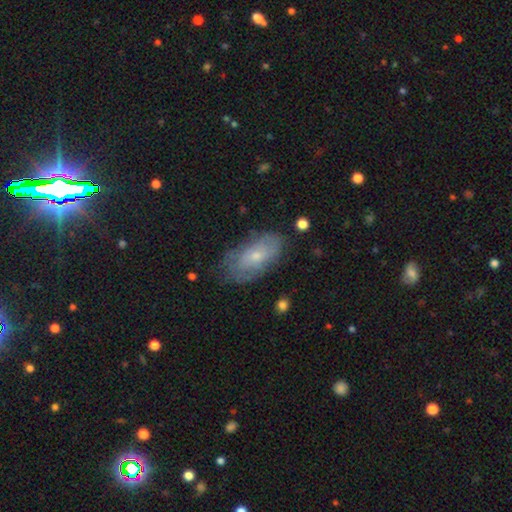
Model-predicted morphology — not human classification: Smooth or featured? Predicted: smooth (p=0.49). Merging? Predicted: none (p=0.67).